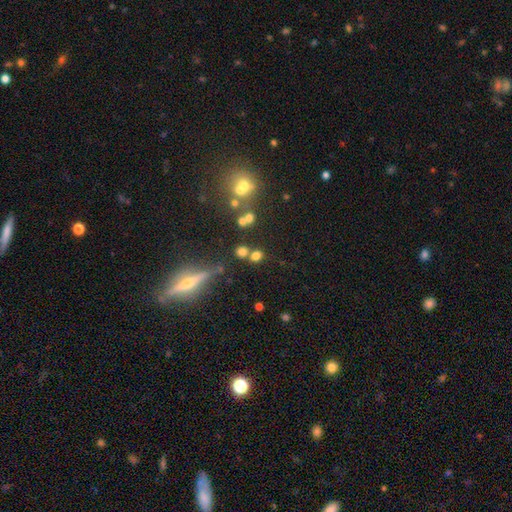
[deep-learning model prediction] The model was most divided on "merging": none: 62%, merger: 24%, minor disturbance: 9%, major disturbance: 5%. More confident: how rounded — round (75%); smooth or featured — smooth (69%).